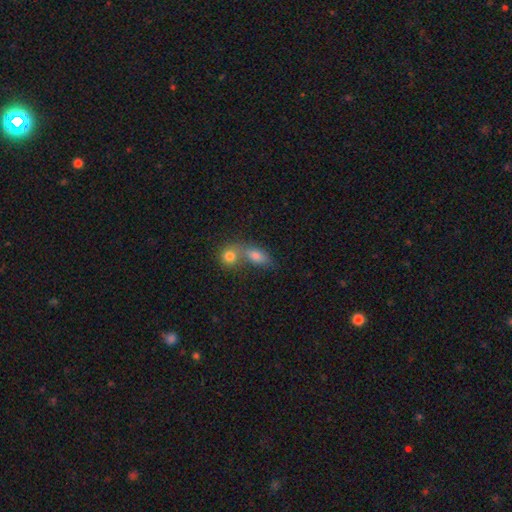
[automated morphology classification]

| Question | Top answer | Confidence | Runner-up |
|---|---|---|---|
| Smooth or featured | smooth | 77% | featured or disk (13%) |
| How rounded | in between | 72% | round (23%) |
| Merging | merger | 64% | none (26%) |